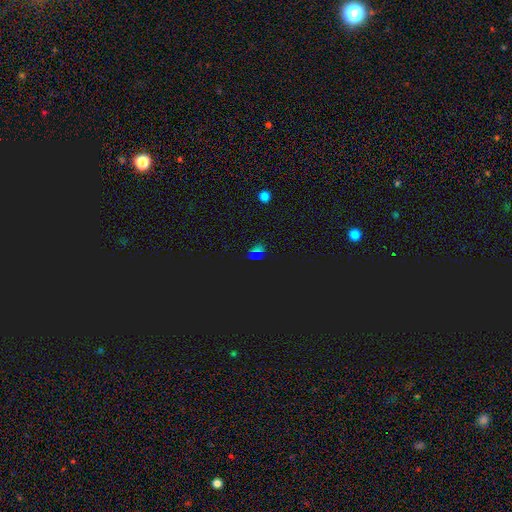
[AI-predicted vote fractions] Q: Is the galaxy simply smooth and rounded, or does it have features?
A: star or artifact — 66%.